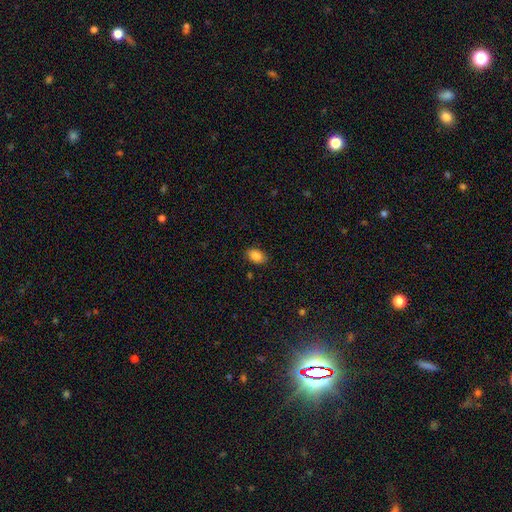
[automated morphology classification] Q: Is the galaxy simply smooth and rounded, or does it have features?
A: smooth — 86%.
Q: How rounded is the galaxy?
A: in between — 87%.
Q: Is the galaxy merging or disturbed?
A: none — 85%.